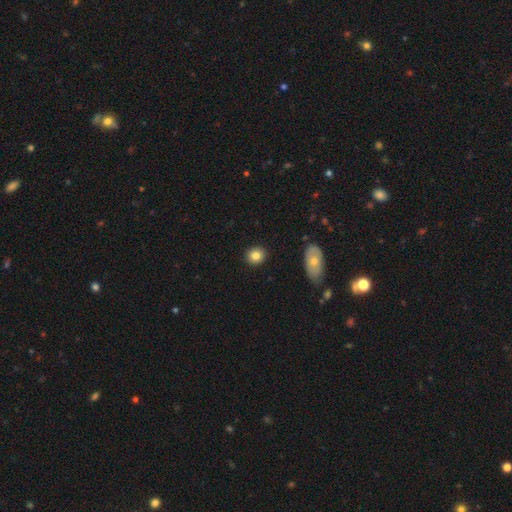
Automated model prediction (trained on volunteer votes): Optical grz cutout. It shows a smooth galaxy with no disk features (83%) that is round (79%). Merging: none (90%).